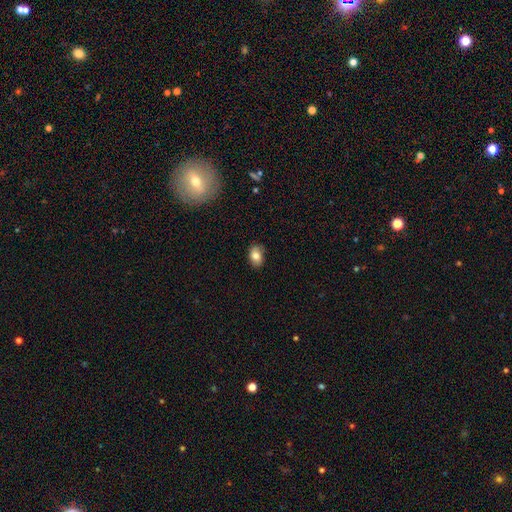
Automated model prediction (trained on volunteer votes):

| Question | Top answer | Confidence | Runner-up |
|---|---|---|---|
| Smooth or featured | smooth | 82% | featured or disk (10%) |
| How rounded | in between | 82% | round (16%) |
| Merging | none | 83% | minor disturbance (13%) |